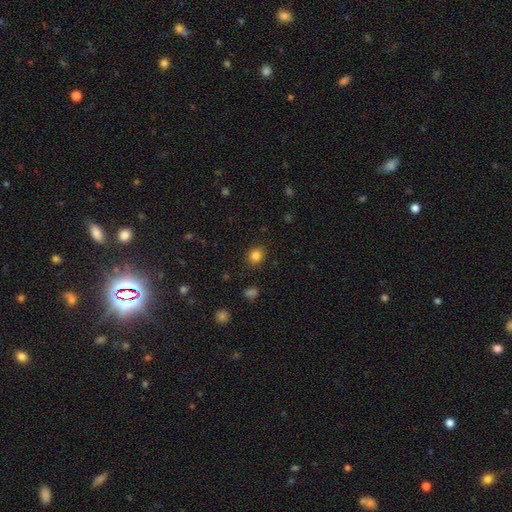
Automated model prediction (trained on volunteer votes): A smooth galaxy with no disk features (83%) that is round (78%).

Vote fractions:
- Smooth or featured? smooth: 83% / star or artifact: 12% / featured or disk: 5%
- How rounded? round: 78% / in between: 21% / cigar-shaped: 1%
- Merging? none: 88% / minor disturbance: 8% / major disturbance: 3% / merger: 1%